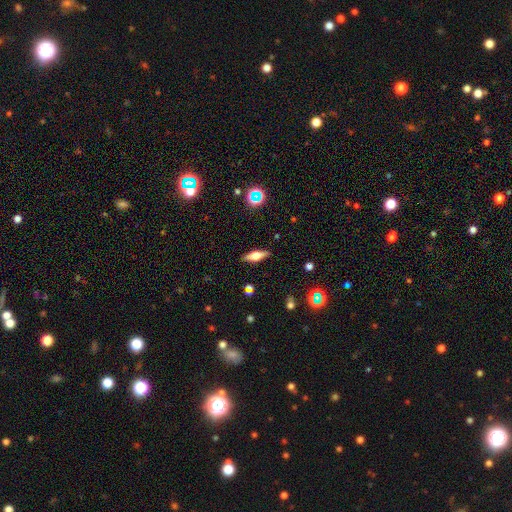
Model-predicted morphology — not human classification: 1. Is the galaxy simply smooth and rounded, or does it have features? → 55% featured or disk, 37% smooth, 8% star or artifact.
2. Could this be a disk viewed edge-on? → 93% yes, 7% no.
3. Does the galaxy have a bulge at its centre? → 92% rounded, 6% boxy, 2% none.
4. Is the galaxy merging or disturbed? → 88% none, 9% minor disturbance, 2% major disturbance, 1% merger.